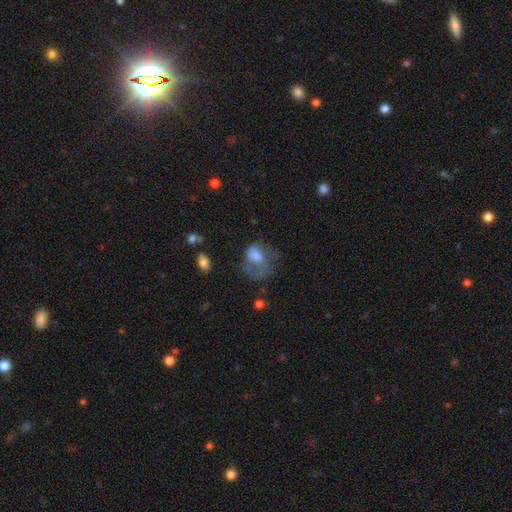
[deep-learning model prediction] smooth-or-featured: smooth: 49% | featured or disk: 41% | star or artifact: 11%
  merging: major disturbance: 49% | none: 28% | minor disturbance: 19% | merger: 4%